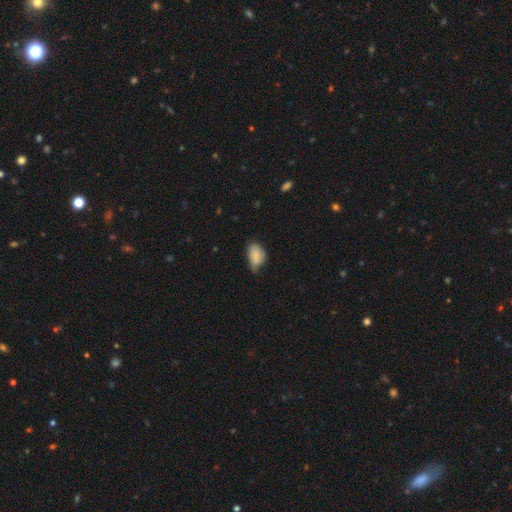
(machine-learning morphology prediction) Smooth or featured: smooth — 80% (featured or disk — 12%)
How rounded: in between — 86% (round — 13%)
Merging: minor disturbance — 48% (none — 37%)